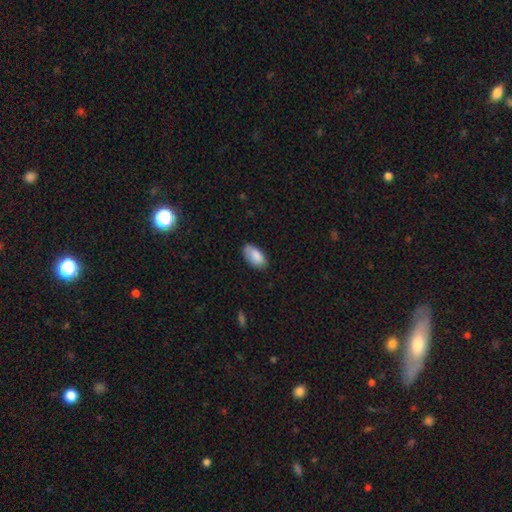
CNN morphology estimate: Smooth or featured? smooth (87%)
How rounded? in between (95%)
Merging? none (75%)